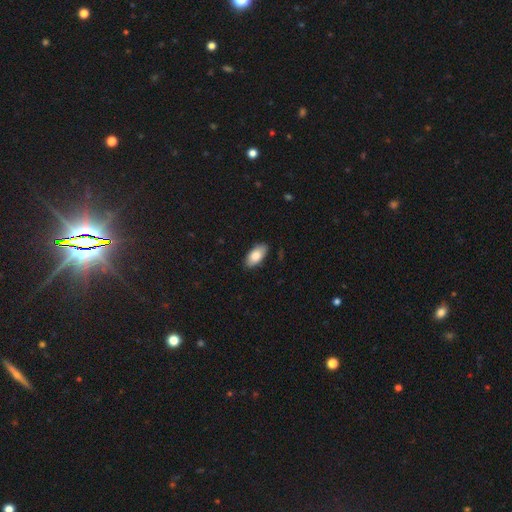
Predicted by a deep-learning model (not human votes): smooth_or_featured: smooth (p=0.82) [alt: featured or disk p=0.12]
how_rounded: in between (p=0.93) [alt: cigar-shaped p=0.04]
merging: none (p=0.87) [alt: minor disturbance p=0.11]